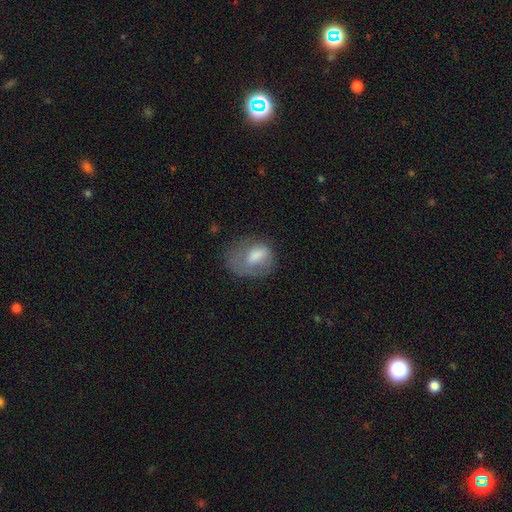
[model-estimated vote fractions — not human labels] A smooth galaxy with no disk features (60%) that is in between round and cigar-shaped (66%). Merging: none (42%).